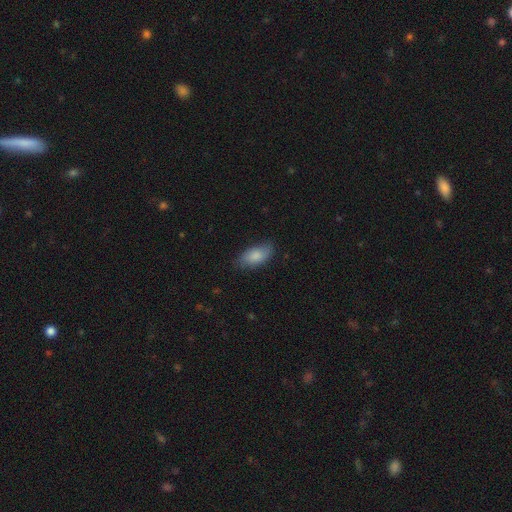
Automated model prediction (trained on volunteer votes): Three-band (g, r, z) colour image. It shows a smooth galaxy with no disk features (82%) that is in between round and cigar-shaped (91%). Merging: none (76%).